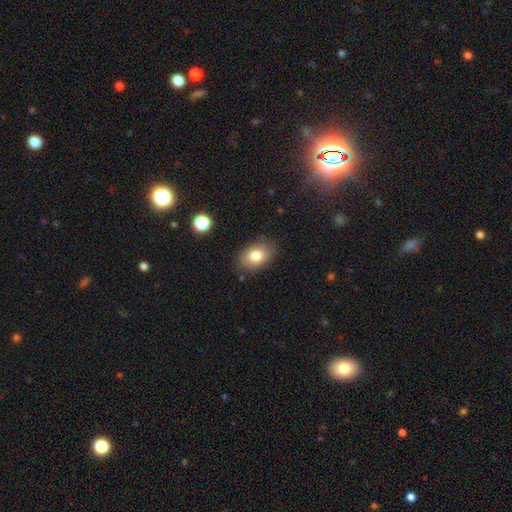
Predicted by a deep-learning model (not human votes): Smooth or featured?
  - smooth: 80% *
  - featured or disk: 11%
  - star or artifact: 9%
How rounded?
  - in between: 83% *
  - round: 16%
  - cigar-shaped: 1%
Merging?
  - none: 84% *
  - minor disturbance: 12%
  - major disturbance: 3%
  - merger: 2%